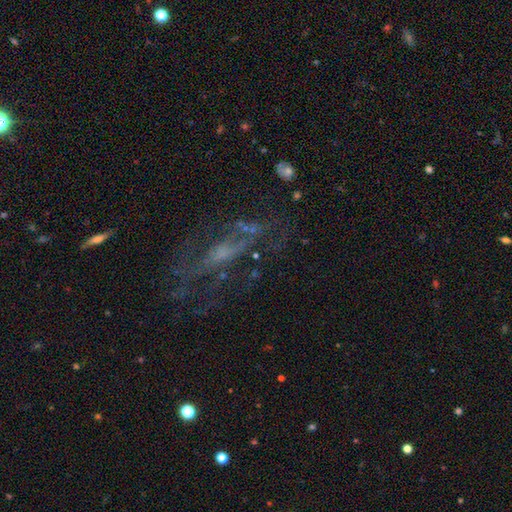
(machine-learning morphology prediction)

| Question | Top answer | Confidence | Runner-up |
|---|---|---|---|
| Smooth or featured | featured or disk | 60% | smooth (21%) |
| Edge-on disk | no | 82% | yes (18%) |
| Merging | none | 49% | major disturbance (27%) |